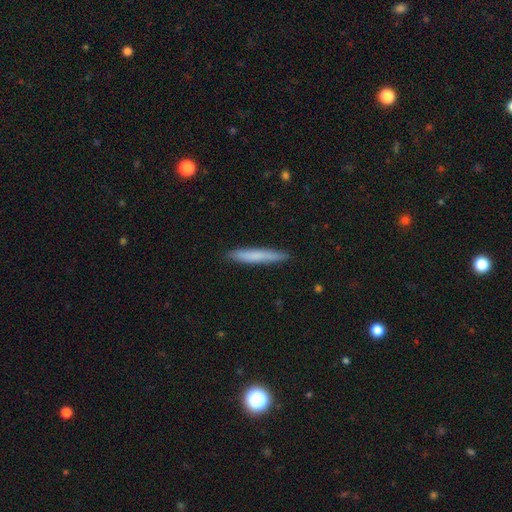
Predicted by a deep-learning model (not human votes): Smooth or featured?
  - smooth: 73% *
  - featured or disk: 21%
  - star or artifact: 6%
How rounded?
  - cigar-shaped: 95% *
  - in between: 4%
  - round: 1%
Merging?
  - none: 90% *
  - minor disturbance: 8%
  - major disturbance: 1%
  - merger: 1%